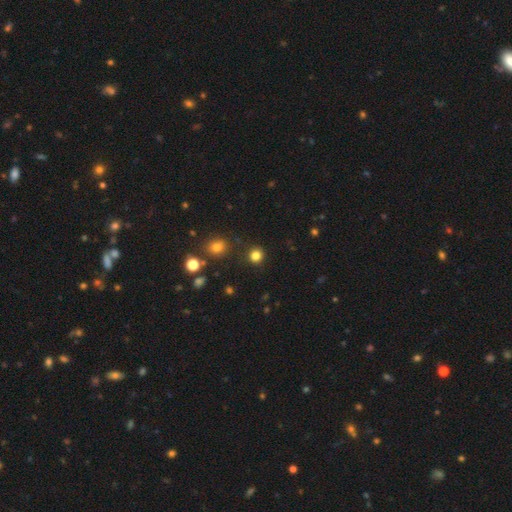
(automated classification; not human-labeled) Smooth or featured? smooth (82%)
How rounded? round (89%)
Merging? none (89%)